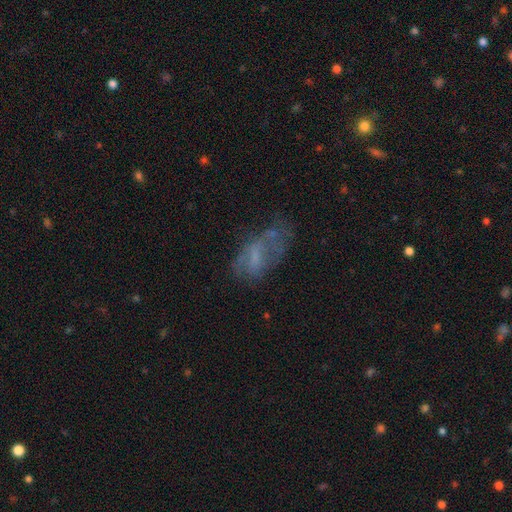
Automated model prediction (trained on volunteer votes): Morphology: type=featured or disk (47%); merging=none (39%).